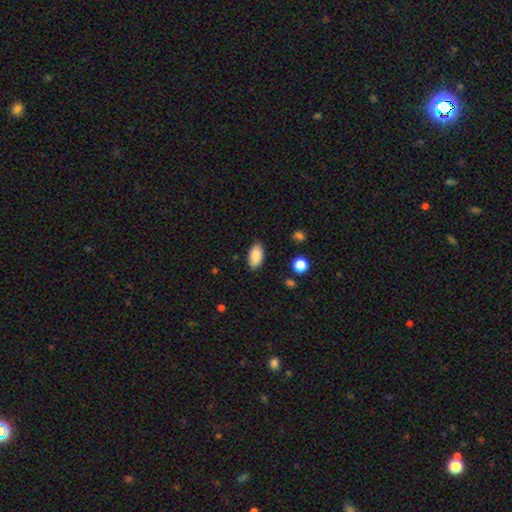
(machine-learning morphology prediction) Smooth or featured? Predicted: smooth (p=0.87). How rounded? Predicted: in between (p=0.93). Merging? Predicted: none (p=0.83).